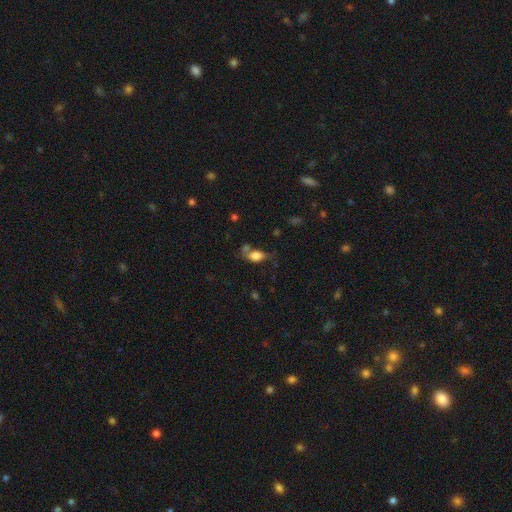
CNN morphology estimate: Smooth or featured?
  - smooth: 75% *
  - featured or disk: 15%
  - star or artifact: 10%
How rounded?
  - in between: 83% *
  - round: 11%
  - cigar-shaped: 6%
Merging?
  - none: 41% *
  - minor disturbance: 24%
  - merger: 20%
  - major disturbance: 15%